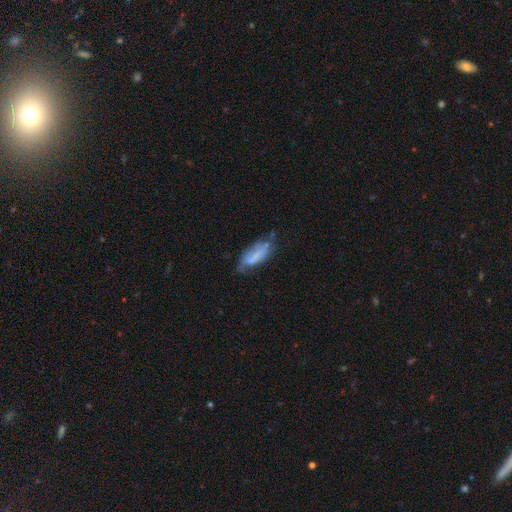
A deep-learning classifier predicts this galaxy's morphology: smooth 60%, featured or disk 32%, star or artifact 9%. Down the decision tree: how rounded — in between (67%); merging — none (43%).